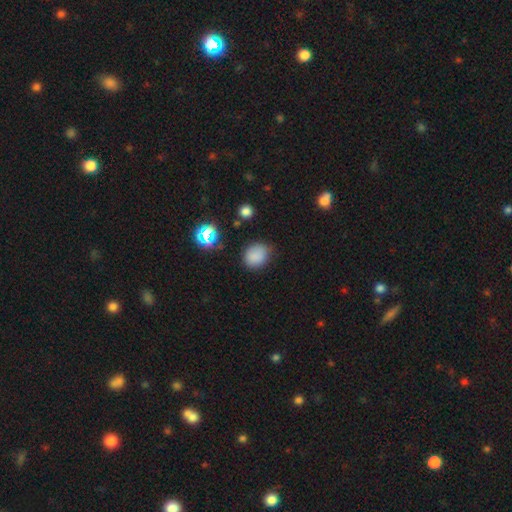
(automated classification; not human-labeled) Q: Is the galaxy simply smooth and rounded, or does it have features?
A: smooth — 78%.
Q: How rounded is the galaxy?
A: round — 54%.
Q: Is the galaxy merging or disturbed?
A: none — 75%.